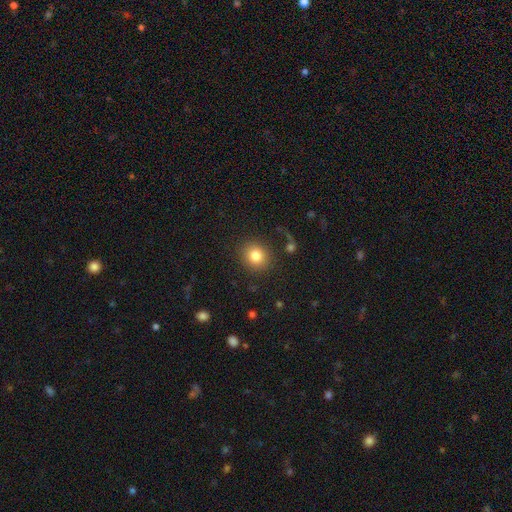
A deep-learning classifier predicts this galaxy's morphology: A smooth galaxy with no disk features (83%) that is round (81%). Merging: none (86%).